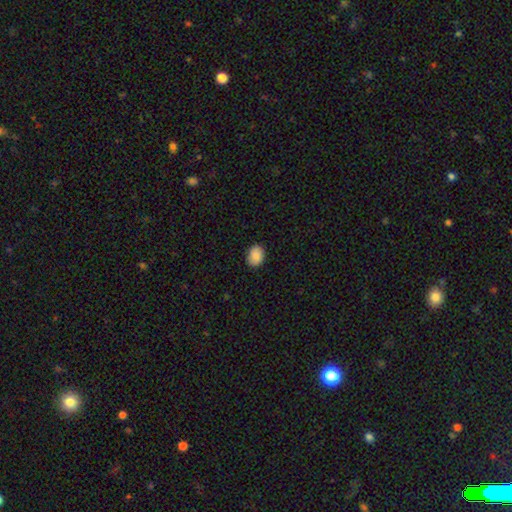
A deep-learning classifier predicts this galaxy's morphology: type=smooth (90%); roundness=in between (65%); merging=none (87%).